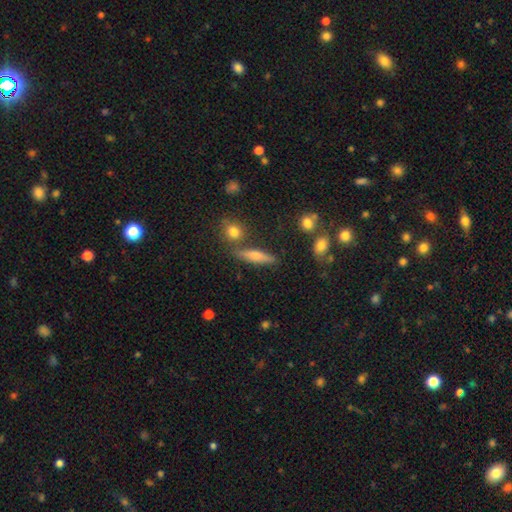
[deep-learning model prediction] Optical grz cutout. It shows a smooth galaxy with no disk features (62%) that is cigar-shaped (69%). Merging: none (75%).